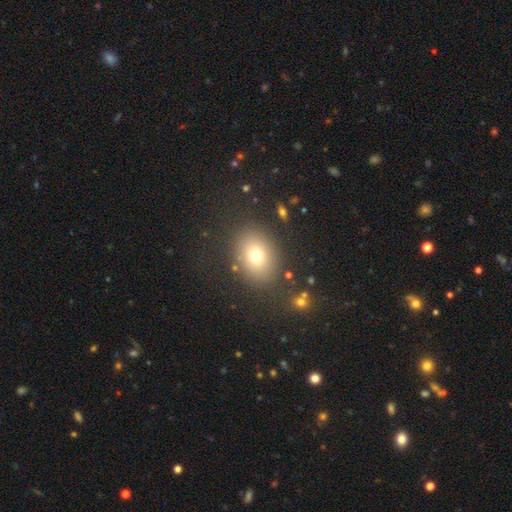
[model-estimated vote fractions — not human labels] A smooth galaxy with no disk features (73%) that is in between round and cigar-shaped (53%).

Vote fractions:
- Smooth or featured? smooth: 73% / star or artifact: 15% / featured or disk: 12%
- How rounded? in between: 53% / round: 46% / cigar-shaped: 1%
- Merging? none: 84% / minor disturbance: 9% / major disturbance: 5% / merger: 3%